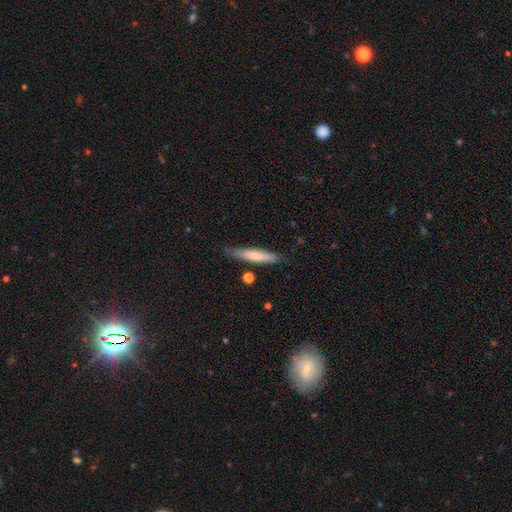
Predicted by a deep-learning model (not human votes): This appears to be a smooth galaxy with no disk features (66%) that is cigar-shaped (88%). Merging: none (77%).